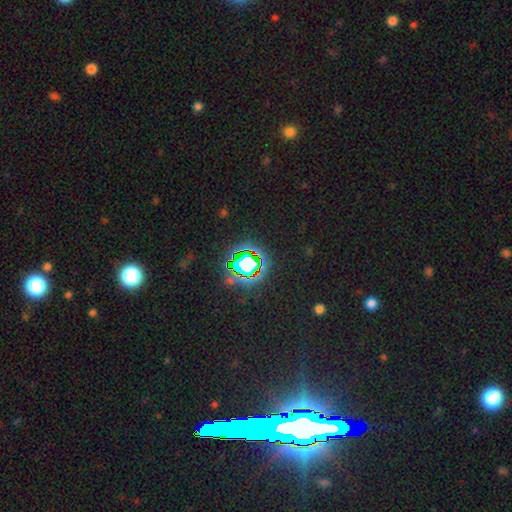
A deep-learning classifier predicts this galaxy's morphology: Smooth or featured? Predicted: star or artifact (p=0.73).